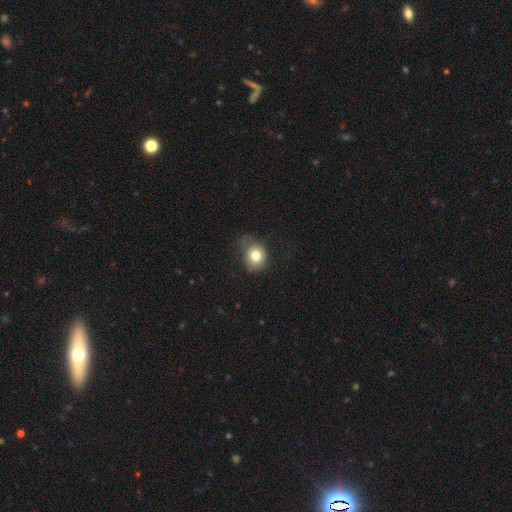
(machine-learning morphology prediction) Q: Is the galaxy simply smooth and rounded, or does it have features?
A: smooth — 79%.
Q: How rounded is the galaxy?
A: round — 67%.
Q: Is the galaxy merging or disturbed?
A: none — 54%.